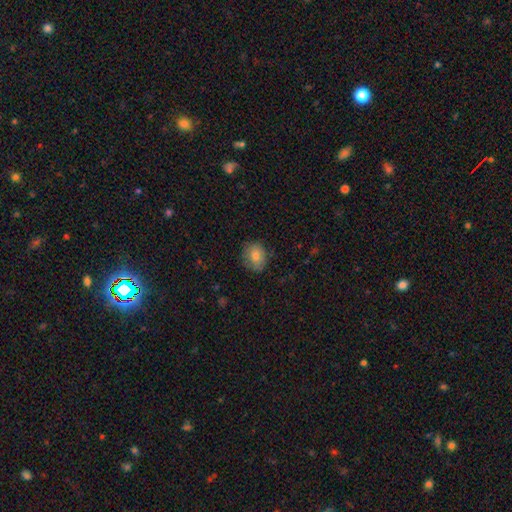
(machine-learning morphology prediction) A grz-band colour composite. It shows a smooth galaxy with no disk features (81%) that is round (56%). Merging: none (76%).